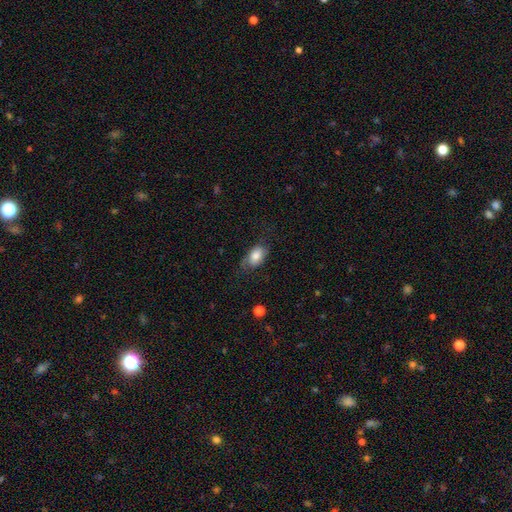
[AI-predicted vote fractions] This is likely a smooth galaxy (75%). How rounded: clearly in between (89%). Merging: possibly none (58%).